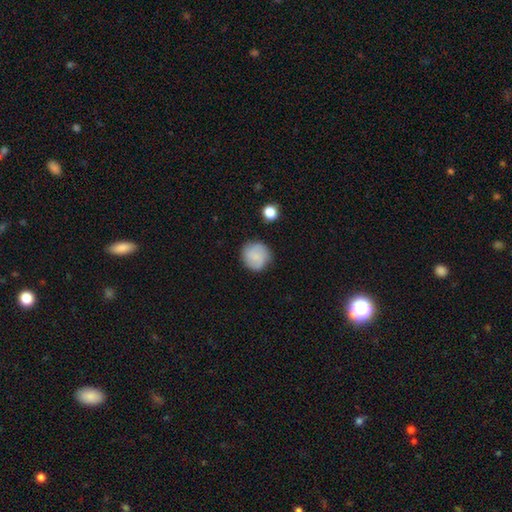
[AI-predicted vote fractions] Smooth or featured? Predicted: smooth (p=0.68). How rounded? Predicted: round (p=0.92). Merging? Predicted: none (p=0.83).